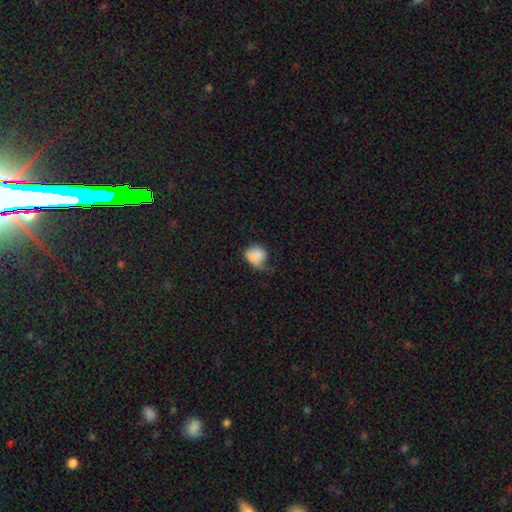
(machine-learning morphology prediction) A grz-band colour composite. It shows a smooth galaxy with no disk features (83%) that is round (67%). Merging: minor disturbance (40%).